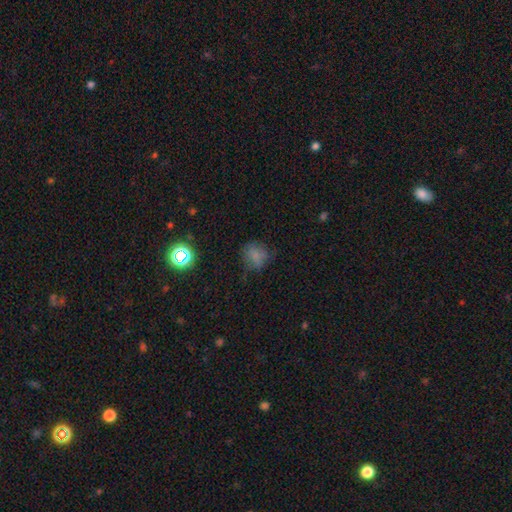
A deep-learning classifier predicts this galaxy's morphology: A smooth galaxy with no disk features (68%) that is round (73%).

Vote fractions:
- Smooth or featured? smooth: 68% / star or artifact: 20% / featured or disk: 12%
- How rounded? round: 73% / in between: 26% / cigar-shaped: 1%
- Merging? none: 62% / minor disturbance: 24% / major disturbance: 11% / merger: 2%